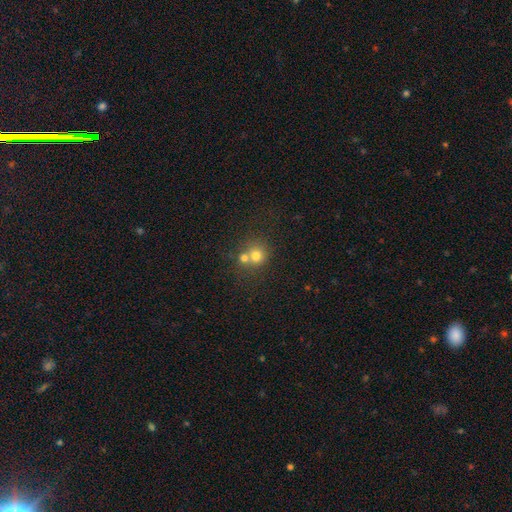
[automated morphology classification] smooth_or_featured: smooth (p=0.73) [alt: star or artifact p=0.14]
how_rounded: round (p=0.86) [alt: in between p=0.13]
merging: merger (p=0.46) [alt: none p=0.44]